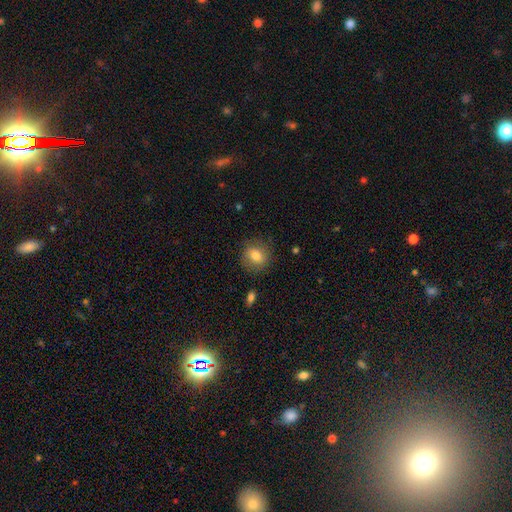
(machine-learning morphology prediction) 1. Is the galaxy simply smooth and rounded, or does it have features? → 79% smooth, 12% featured or disk, 9% star or artifact.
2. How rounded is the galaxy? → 74% round, 25% in between, 1% cigar-shaped.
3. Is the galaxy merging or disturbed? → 81% none, 14% minor disturbance, 4% major disturbance, 1% merger.